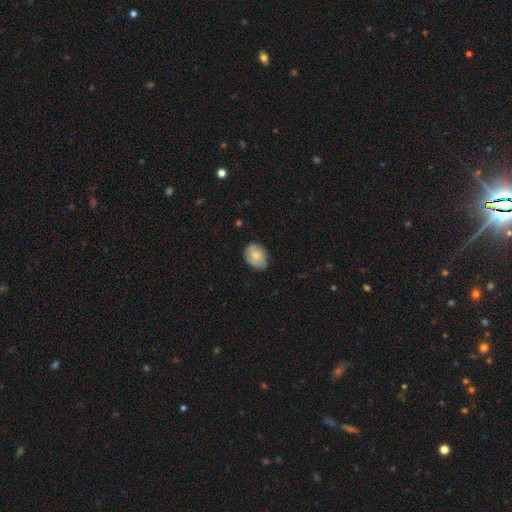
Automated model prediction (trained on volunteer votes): Smooth or featured?
  - smooth: 72% *
  - featured or disk: 21%
  - star or artifact: 7%
How rounded?
  - in between: 63% *
  - round: 36%
  - cigar-shaped: 1%
Merging?
  - none: 72% *
  - minor disturbance: 24%
  - major disturbance: 4%
  - merger: 1%